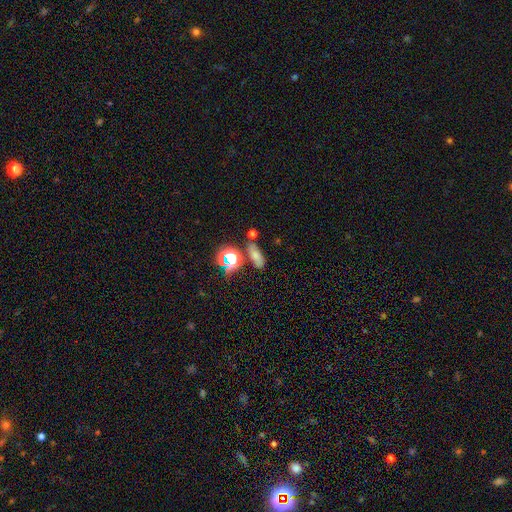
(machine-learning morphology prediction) A smooth galaxy with no disk features (60%) that is in between round and cigar-shaped (63%).

Vote fractions:
- Smooth or featured? smooth: 60% / star or artifact: 26% / featured or disk: 14%
- How rounded? in between: 63% / cigar-shaped: 23% / round: 14%
- Merging? none: 69% / minor disturbance: 14% / merger: 11% / major disturbance: 5%